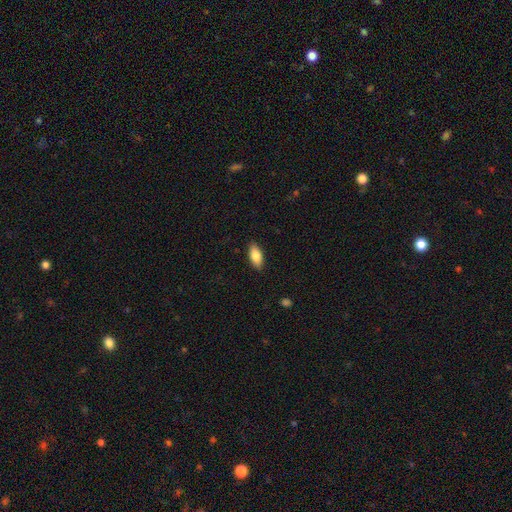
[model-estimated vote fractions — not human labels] smooth-or-featured: smooth: 82% | featured or disk: 11% | star or artifact: 6%
  how-rounded: in between: 86% | cigar-shaped: 11% | round: 2%
  merging: none: 88% | minor disturbance: 9% | major disturbance: 2% | merger: 1%